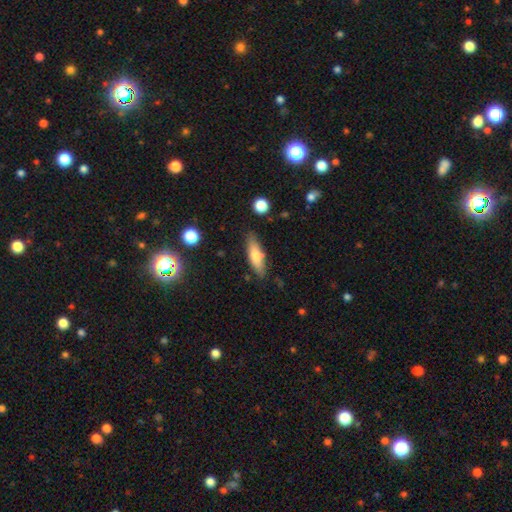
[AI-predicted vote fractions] Smooth or featured? Predicted: smooth (p=0.64). How rounded? Predicted: cigar-shaped (p=0.54). Merging? Predicted: none (p=0.81).